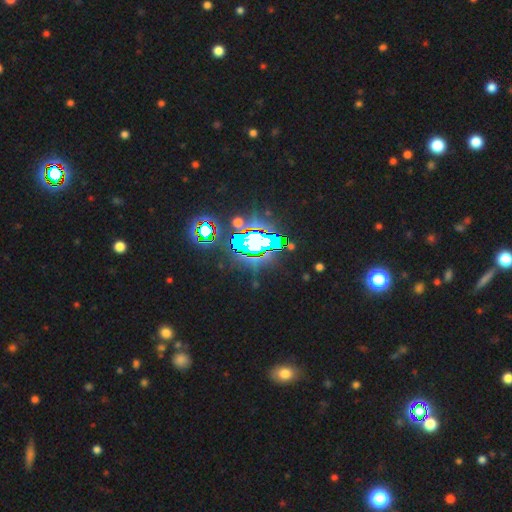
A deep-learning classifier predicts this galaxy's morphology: smooth_or_featured: star or artifact (p=0.72) [alt: featured or disk p=0.14]